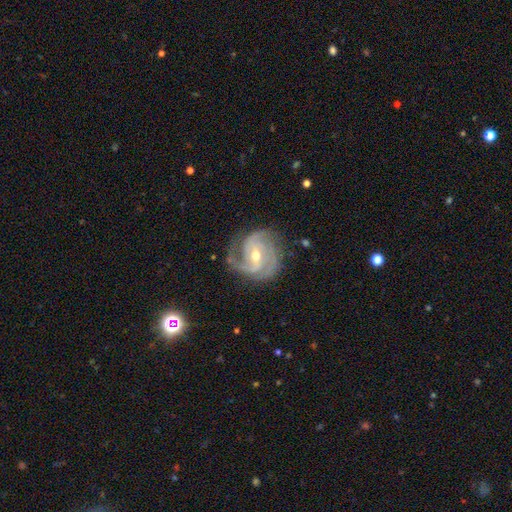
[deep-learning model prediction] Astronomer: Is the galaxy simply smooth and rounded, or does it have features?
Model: featured or disk — 91%.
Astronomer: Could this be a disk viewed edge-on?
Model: no — 98%.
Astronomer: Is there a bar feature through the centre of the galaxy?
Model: weak — 48% (runner-up: no, 28%).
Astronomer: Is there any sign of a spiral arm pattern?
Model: yes — 98%.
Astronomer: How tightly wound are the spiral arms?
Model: tight — 48% (runner-up: medium, 44%).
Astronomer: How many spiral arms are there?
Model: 3 — 45% (runner-up: 2, 30%).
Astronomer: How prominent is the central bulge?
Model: moderate — 56% (runner-up: small, 41%).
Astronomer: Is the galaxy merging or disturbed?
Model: none — 72%.